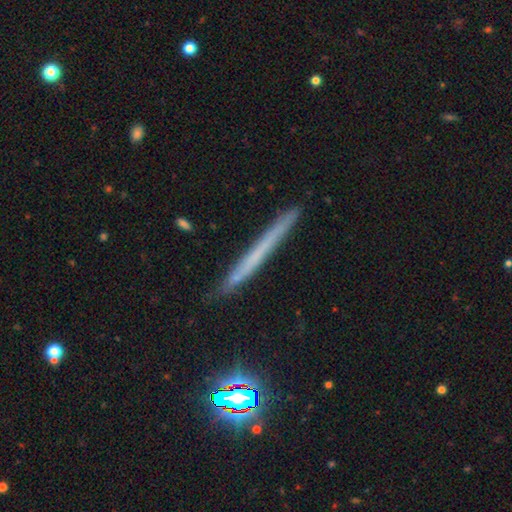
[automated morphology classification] A featured or disk galaxy (44%, tied with smooth). Merging: none (89%).